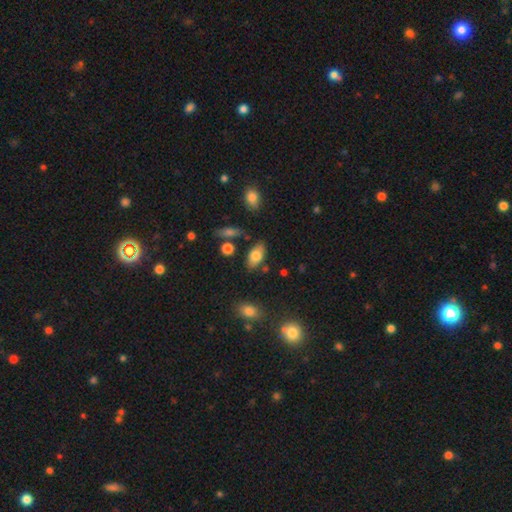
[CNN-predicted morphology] This appears to be a smooth galaxy with no disk features (77%) that is in between round and cigar-shaped (92%). Merging: none (79%).